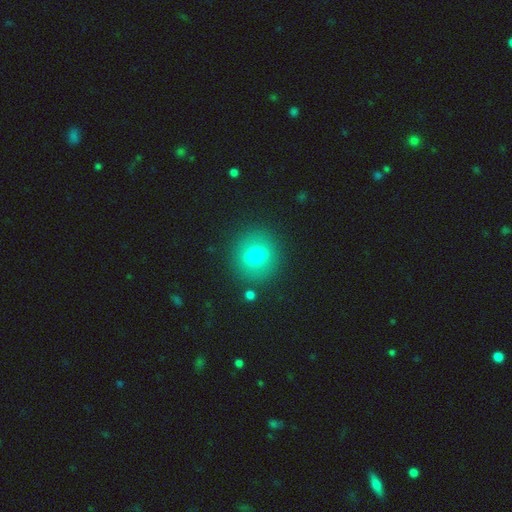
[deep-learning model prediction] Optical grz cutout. It shows a smooth galaxy with no disk features (71%) that is round (85%). Merging: none (87%).